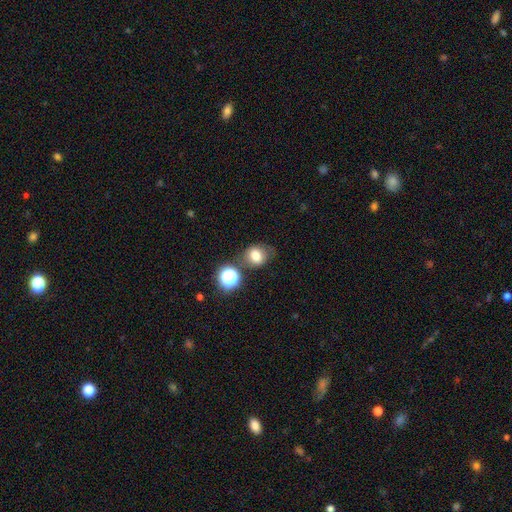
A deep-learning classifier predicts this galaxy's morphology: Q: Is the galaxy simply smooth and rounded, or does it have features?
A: smooth — 73%.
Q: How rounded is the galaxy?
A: round — 60%.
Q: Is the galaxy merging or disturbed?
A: none — 61%.